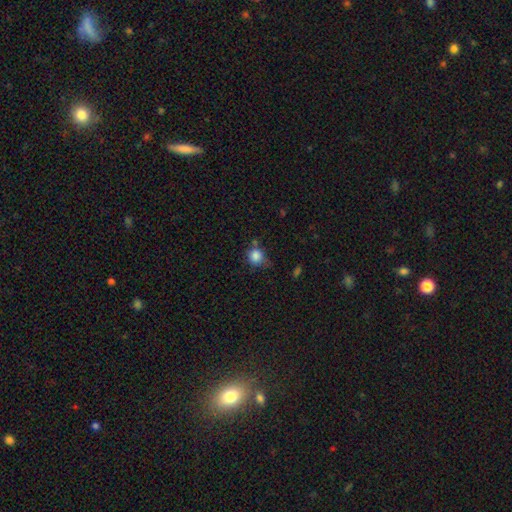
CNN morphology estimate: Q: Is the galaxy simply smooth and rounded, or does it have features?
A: smooth — 84%.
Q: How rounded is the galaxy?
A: round — 83%.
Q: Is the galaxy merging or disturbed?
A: none — 53%.